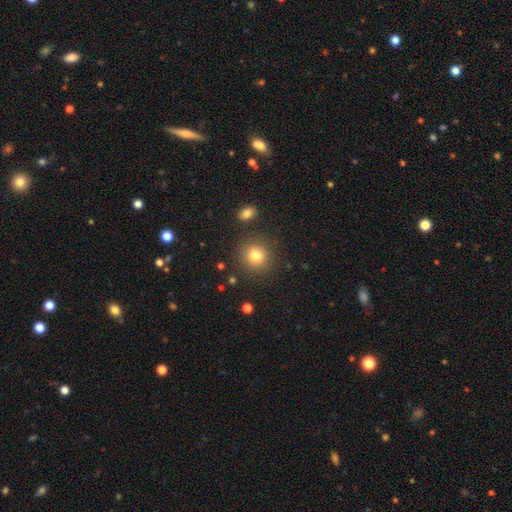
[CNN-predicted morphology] smooth_or_featured: smooth (p=0.79) [alt: star or artifact p=0.12]
how_rounded: round (p=0.87) [alt: in between p=0.12]
merging: none (p=0.83) [alt: minor disturbance p=0.09]